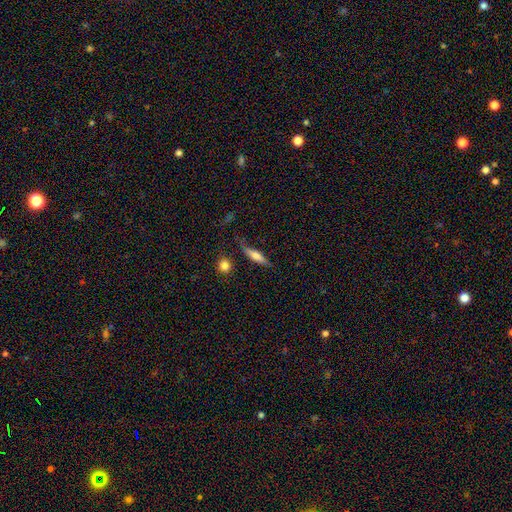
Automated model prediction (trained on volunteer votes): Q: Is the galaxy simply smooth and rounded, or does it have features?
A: smooth — 59%.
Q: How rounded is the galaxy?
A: cigar-shaped — 76%.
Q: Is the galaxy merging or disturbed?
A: none — 71%.